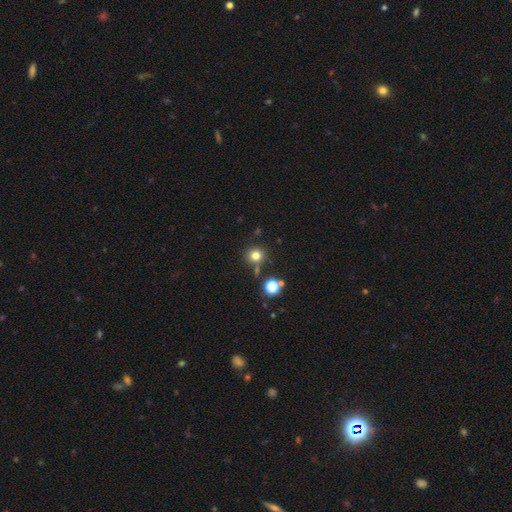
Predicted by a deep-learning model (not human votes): smooth_or_featured: smooth (p=0.77) [alt: star or artifact p=0.16]
how_rounded: round (p=0.91) [alt: in between p=0.09]
merging: none (p=0.78) [alt: merger p=0.10]